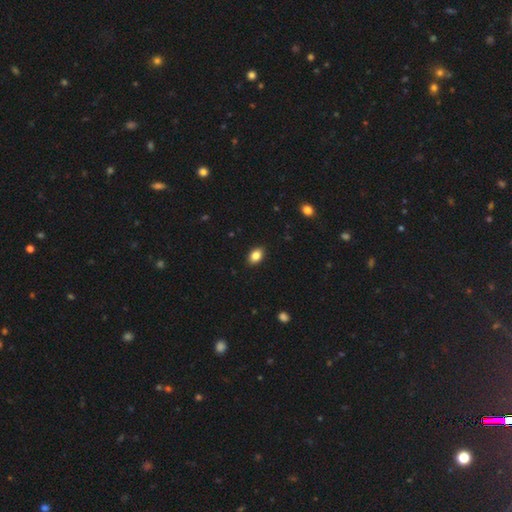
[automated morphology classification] A smooth galaxy with no disk features (85%) that is in between round and cigar-shaped (85%).

Vote fractions:
- Smooth or featured? smooth: 85% / star or artifact: 9% / featured or disk: 6%
- How rounded? in between: 85% / round: 13% / cigar-shaped: 1%
- Merging? none: 89% / minor disturbance: 8% / major disturbance: 2% / merger: 1%